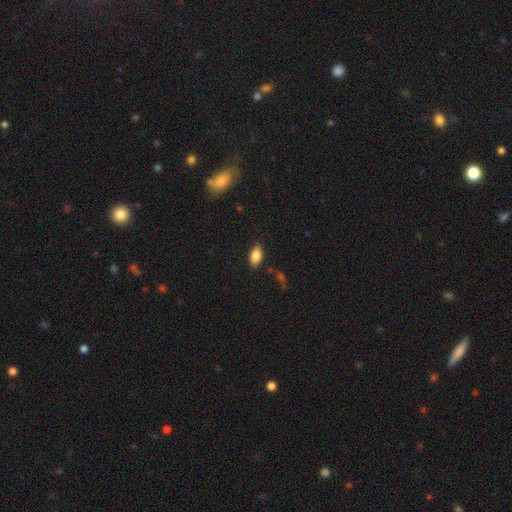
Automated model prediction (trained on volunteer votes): Smooth or featured? smooth (82%)
How rounded? in between (90%)
Merging? none (85%)